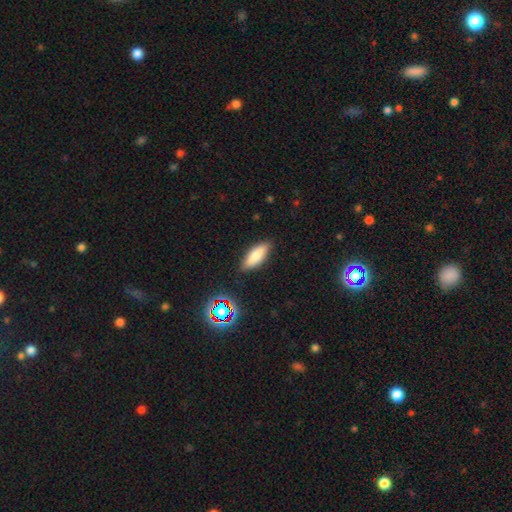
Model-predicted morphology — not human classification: smooth-or-featured: smooth: 79% | featured or disk: 12% | star or artifact: 8%
  how-rounded: in between: 66% | cigar-shaped: 32% | round: 2%
  merging: none: 85% | minor disturbance: 11% | major disturbance: 2% | merger: 2%